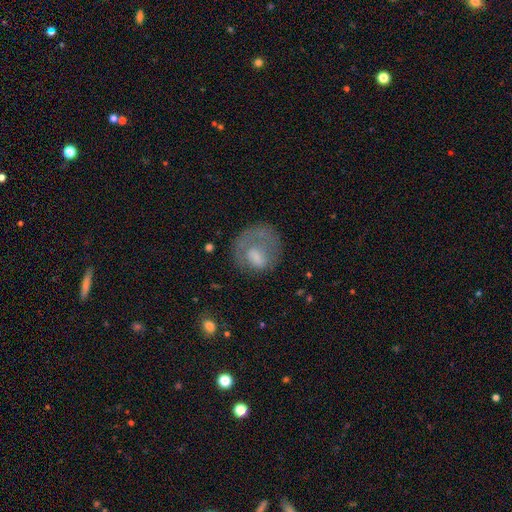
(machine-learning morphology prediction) A smooth galaxy with no disk features (46%). Merging: none (50%).